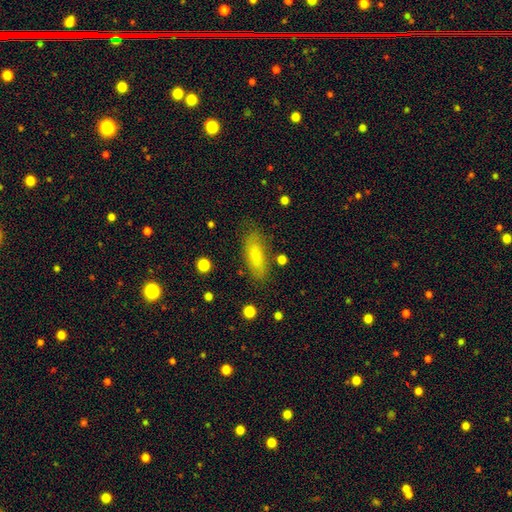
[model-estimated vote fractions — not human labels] The model was most divided on "how rounded": in between: 69%, cigar-shaped: 28%, round: 3%. More confident: smooth or featured — smooth (78%); merging — none (77%).